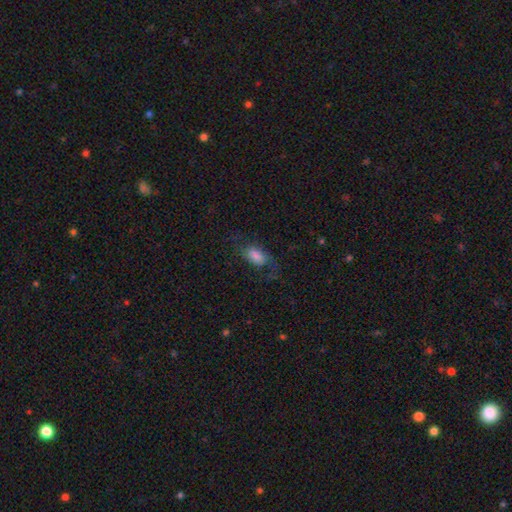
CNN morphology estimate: smooth-or-featured: smooth: 63% | featured or disk: 27% | star or artifact: 10%
  how-rounded: in between: 89% | round: 6% | cigar-shaped: 5%
  merging: none: 57% | major disturbance: 21% | minor disturbance: 20% | merger: 2%